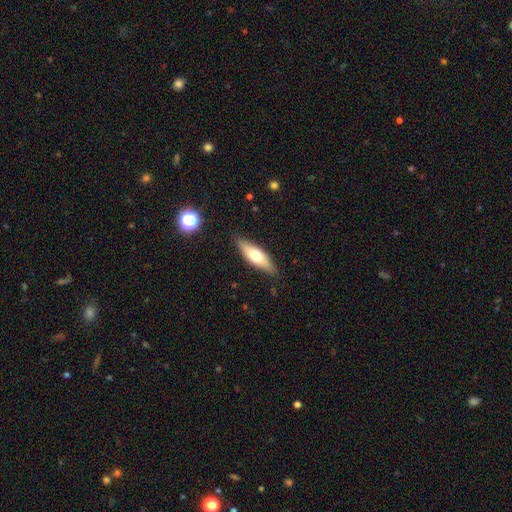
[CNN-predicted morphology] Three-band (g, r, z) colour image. It shows a smooth galaxy with no disk features (55%) that is in between round and cigar-shaped (56%). Merging: none (85%).